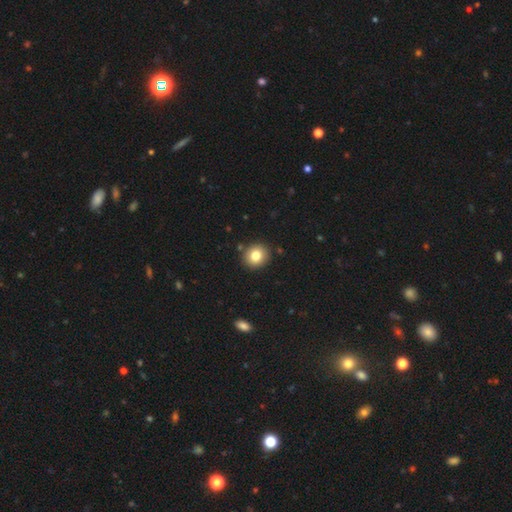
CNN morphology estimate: Smooth or featured? smooth (80%)
How rounded? round (83%)
Merging? none (89%)